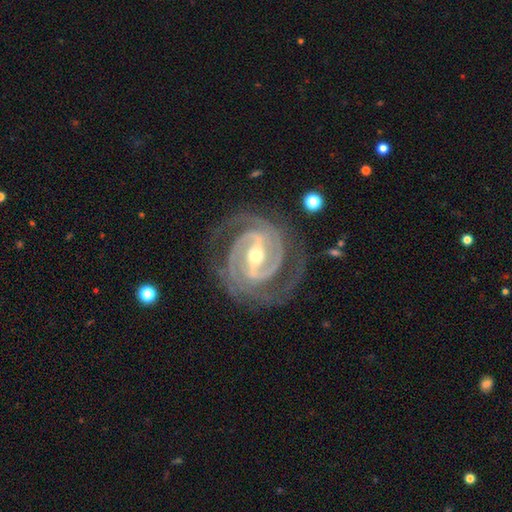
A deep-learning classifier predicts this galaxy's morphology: Overall: featured or disk (94%). Edge-on disk: no (97%). Bar: strong (67%). Spiral arms: yes (98%). Spiral arm count: 2 (68%). Spiral winding: tight (62%; medium 34%). Bulge size: moderate (52%; small 44%). Merging: none (78%).